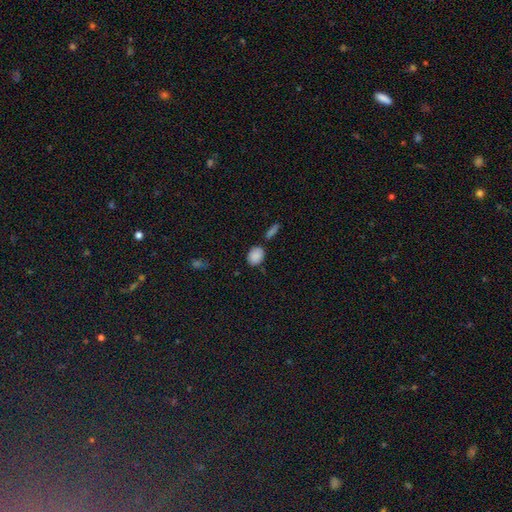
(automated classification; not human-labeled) Smooth or featured? Predicted: smooth (p=0.87). How rounded? Predicted: in between (p=0.65). Merging? Predicted: none (p=0.74).